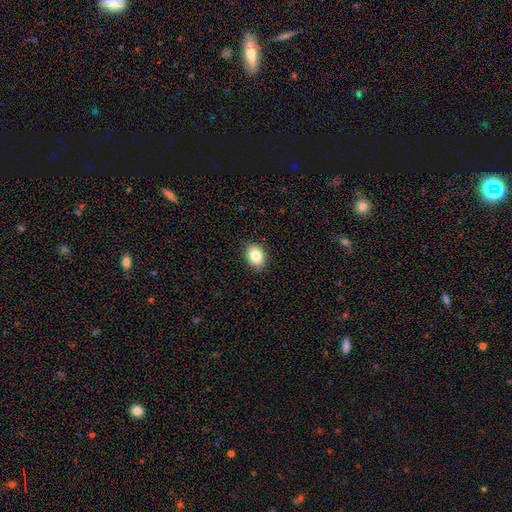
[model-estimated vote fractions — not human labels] This is clearly a smooth galaxy (85%). How rounded: likely in between (71%). Merging: clearly none (89%).